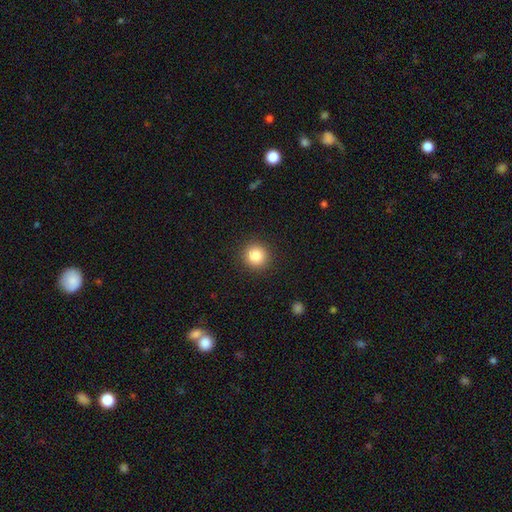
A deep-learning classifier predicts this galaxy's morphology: Smooth or featured: smooth — 85% (star or artifact — 10%)
How rounded: round — 94% (in between — 5%)
Merging: none — 92% (minor disturbance — 5%)